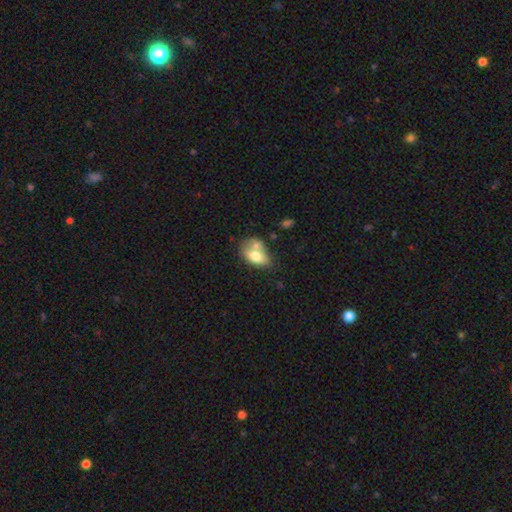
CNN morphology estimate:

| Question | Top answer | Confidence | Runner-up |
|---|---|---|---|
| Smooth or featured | smooth | 69% | featured or disk (24%) |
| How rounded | in between | 84% | round (15%) |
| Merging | merger | 46% | none (29%) |